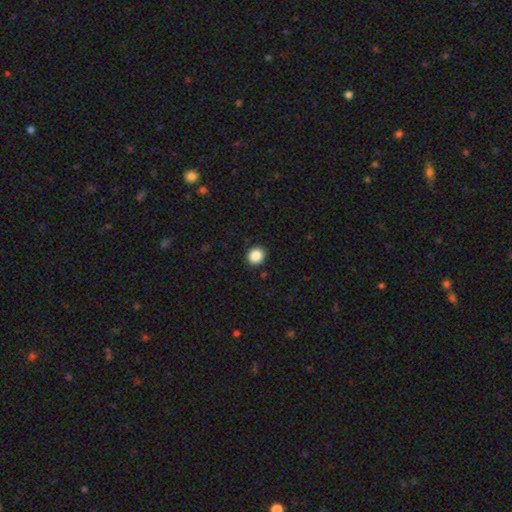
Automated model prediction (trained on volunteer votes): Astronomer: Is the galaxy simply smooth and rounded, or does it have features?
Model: smooth — 88%.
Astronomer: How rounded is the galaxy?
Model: round — 83%.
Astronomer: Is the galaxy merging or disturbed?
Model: none — 91%.